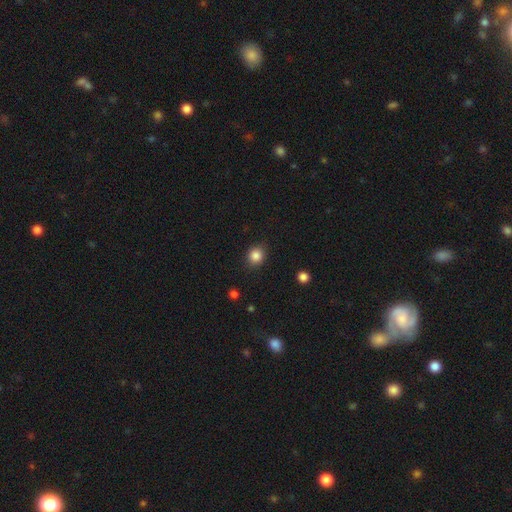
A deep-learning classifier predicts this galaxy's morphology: type=smooth (85%); roundness=round (80%); merging=none (87%).